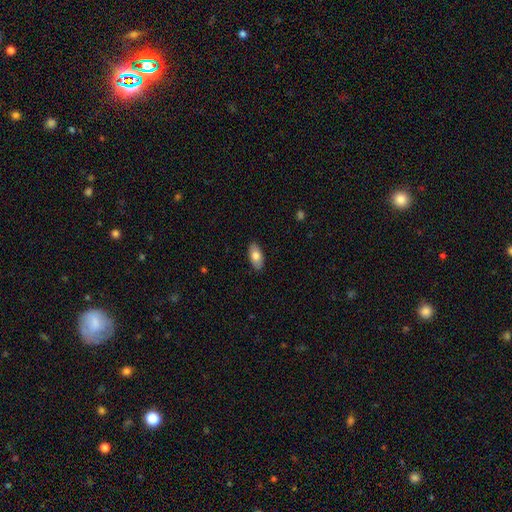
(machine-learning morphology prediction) A smooth galaxy with no disk features (78%) that is in between round and cigar-shaped (90%).

Vote fractions:
- Smooth or featured? smooth: 78% / featured or disk: 15% / star or artifact: 6%
- How rounded? in between: 90% / cigar-shaped: 7% / round: 3%
- Merging? none: 88% / minor disturbance: 9% / major disturbance: 2% / merger: 1%